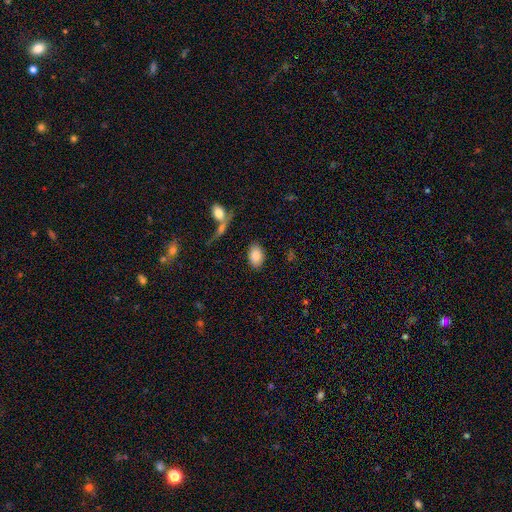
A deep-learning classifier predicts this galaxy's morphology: Q: Smooth or featured?
A: smooth (85%); runner-up: featured or disk (8%)
Q: How rounded?
A: in between (87%); runner-up: round (12%)
Q: Merging?
A: none (84%); runner-up: minor disturbance (9%)